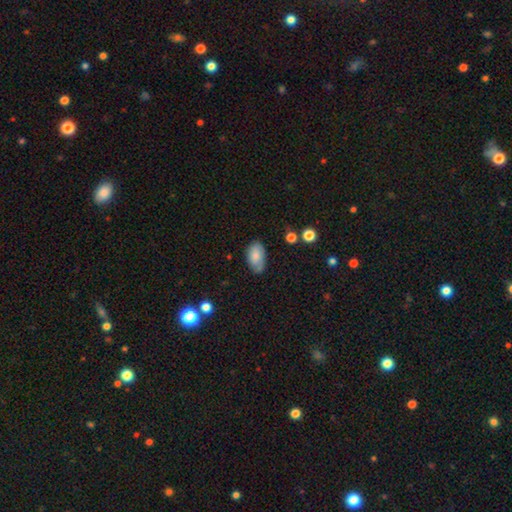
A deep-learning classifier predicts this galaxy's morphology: This is likely a smooth galaxy (76%). How rounded: clearly in between (93%). Merging: likely none (66%).